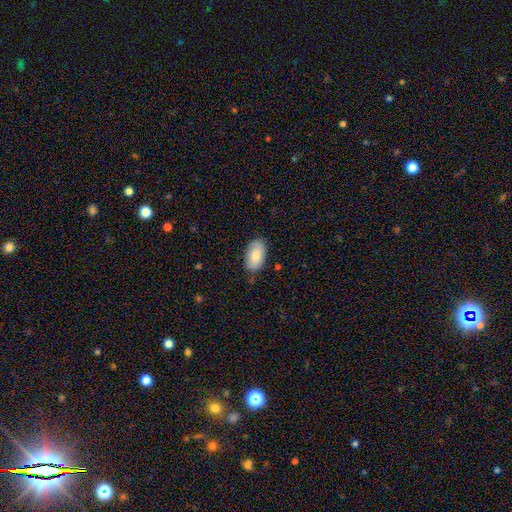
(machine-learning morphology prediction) A smooth galaxy with no disk features (78%) that is in between round and cigar-shaped (95%).

Vote fractions:
- Smooth or featured? smooth: 78% / featured or disk: 16% / star or artifact: 6%
- How rounded? in between: 95% / round: 4% / cigar-shaped: 1%
- Merging? none: 78% / minor disturbance: 17% / major disturbance: 3% / merger: 2%